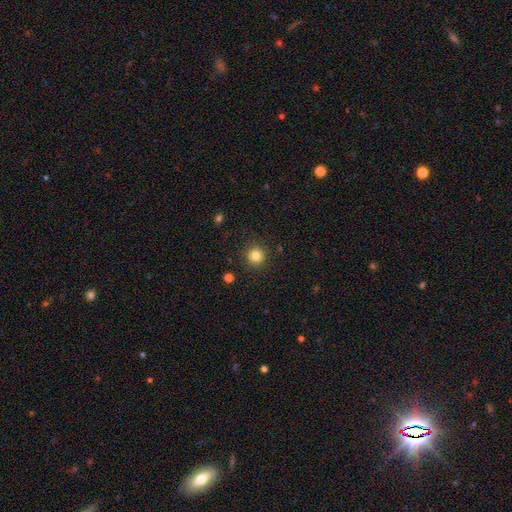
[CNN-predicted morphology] The model was most divided on "smooth or featured": smooth: 82%, star or artifact: 12%, featured or disk: 5%. More confident: how rounded — round (94%); merging — none (91%).